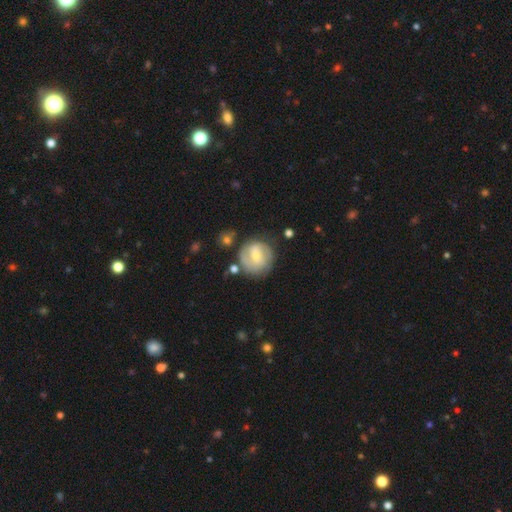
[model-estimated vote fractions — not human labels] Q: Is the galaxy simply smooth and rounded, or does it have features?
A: featured or disk — 66%.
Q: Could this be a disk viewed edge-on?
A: no — 98%.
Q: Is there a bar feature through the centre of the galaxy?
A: weak — 52%.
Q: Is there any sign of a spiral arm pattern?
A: yes — 86%.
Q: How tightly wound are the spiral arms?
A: tight — 47%.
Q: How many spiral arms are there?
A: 2 — 60%.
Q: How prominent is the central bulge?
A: small — 59%.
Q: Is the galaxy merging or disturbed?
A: none — 70%.